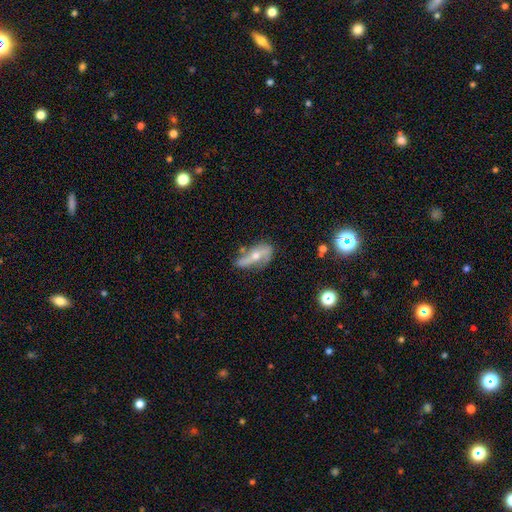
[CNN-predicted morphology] Smooth or featured?
  - featured or disk: 68% *
  - smooth: 22%
  - star or artifact: 9%
Edge-on disk?
  - no: 81% *
  - yes: 19%
Bar?
  - no: 50% *
  - strong: 25%
  - weak: 25%
Spiral arms?
  - yes: 80% *
  - no: 20%
Bulge size?
  - moderate: 51% *
  - small: 45%
  - large: 2%
  - none: 2%
  - dominant: 1%
Merging?
  - none: 50% *
  - minor disturbance: 30%
  - major disturbance: 14%
  - merger: 5%